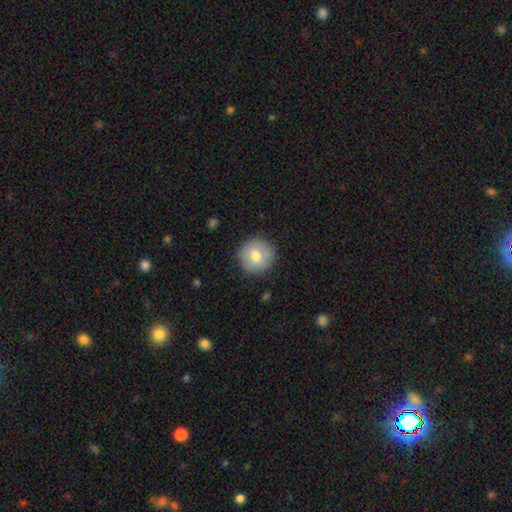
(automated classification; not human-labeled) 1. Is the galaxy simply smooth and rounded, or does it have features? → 74% smooth, 18% featured or disk, 7% star or artifact.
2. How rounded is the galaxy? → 94% round, 5% in between, 1% cigar-shaped.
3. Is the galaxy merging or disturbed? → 87% none, 9% minor disturbance, 2% major disturbance, 1% merger.